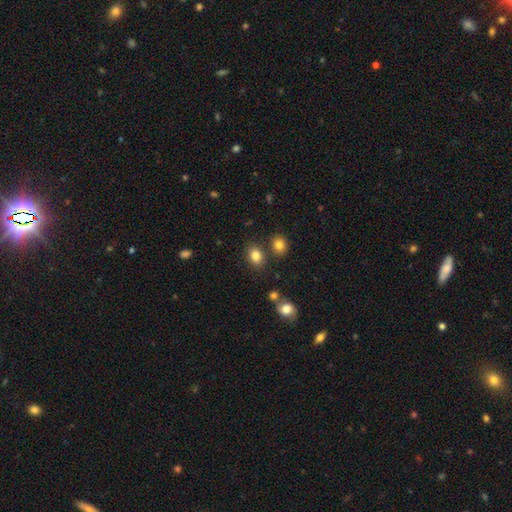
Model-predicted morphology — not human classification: Overall: smooth (84%). How rounded: in between (56%; round 43%). Merging: none (77%).